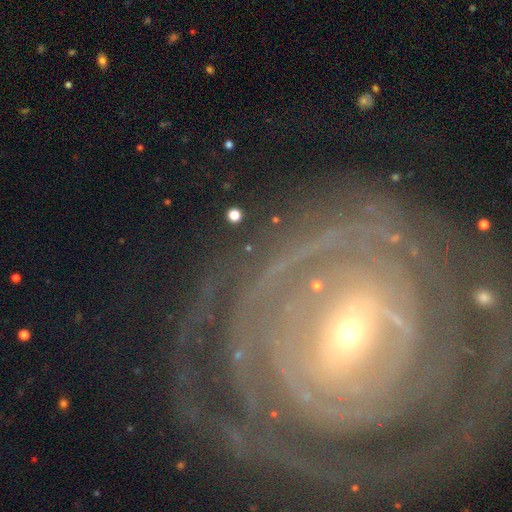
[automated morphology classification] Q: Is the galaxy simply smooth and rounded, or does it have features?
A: featured or disk — 83%.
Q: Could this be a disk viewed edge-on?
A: no — 96%.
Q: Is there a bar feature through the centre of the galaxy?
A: no — 36%.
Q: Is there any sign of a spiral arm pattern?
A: yes — 90%.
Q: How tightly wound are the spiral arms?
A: tight — 81%.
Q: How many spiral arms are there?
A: can't tell — 39%.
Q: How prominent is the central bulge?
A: small — 74%.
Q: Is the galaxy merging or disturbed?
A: none — 71%.